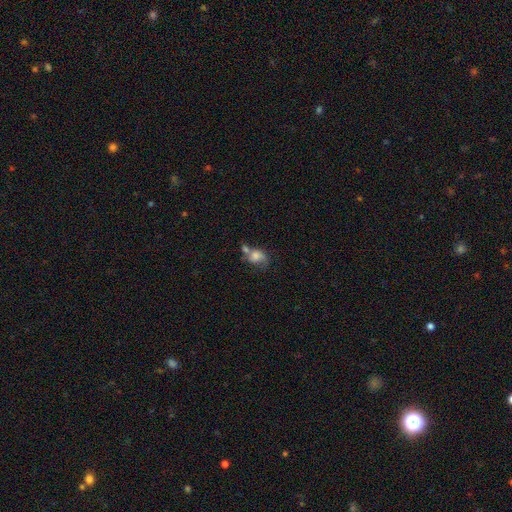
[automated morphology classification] Smooth or featured?
  - smooth: 65% *
  - featured or disk: 24%
  - star or artifact: 11%
How rounded?
  - in between: 61% *
  - round: 37%
  - cigar-shaped: 2%
Merging?
  - merger: 43% *
  - none: 26%
  - minor disturbance: 17%
  - major disturbance: 14%